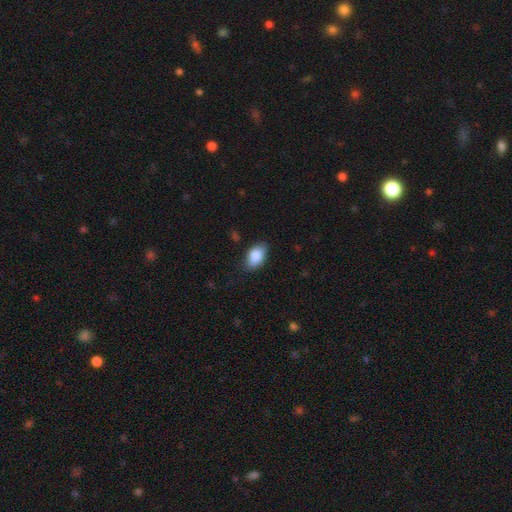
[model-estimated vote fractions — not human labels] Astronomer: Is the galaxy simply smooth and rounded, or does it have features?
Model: smooth — 86%.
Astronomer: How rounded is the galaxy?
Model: in between — 90%.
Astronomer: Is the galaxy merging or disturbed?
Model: none — 80%.